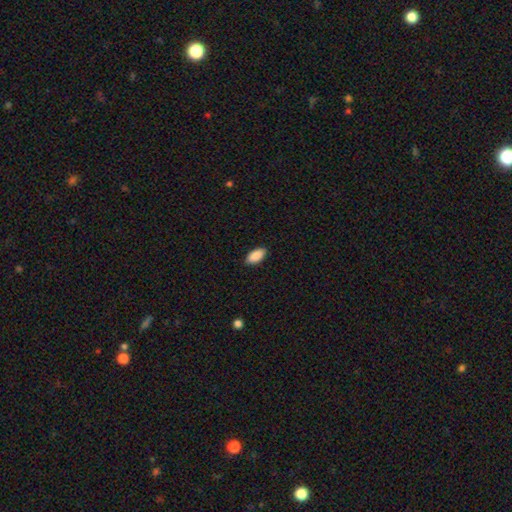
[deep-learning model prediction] Smooth or featured? smooth (90%)
How rounded? in between (92%)
Merging? none (89%)